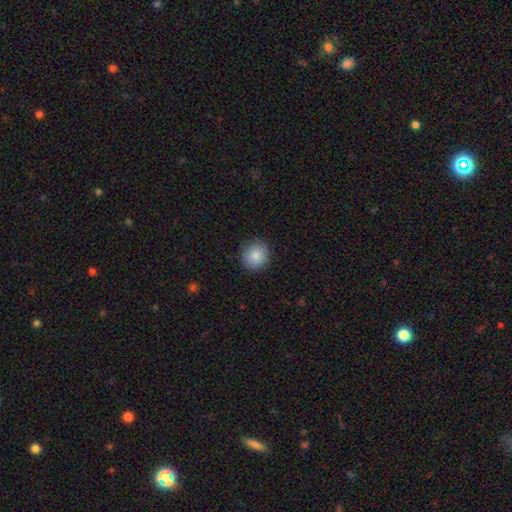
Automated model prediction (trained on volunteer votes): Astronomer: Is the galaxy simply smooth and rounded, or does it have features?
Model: smooth — 87%.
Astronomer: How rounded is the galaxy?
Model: round — 91%.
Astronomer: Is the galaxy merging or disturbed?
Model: none — 89%.